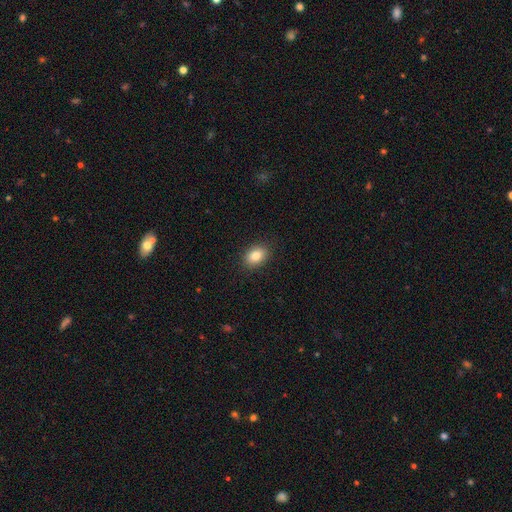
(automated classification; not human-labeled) A smooth galaxy with no disk features (83%) that is in between round and cigar-shaped (76%).

Vote fractions:
- Smooth or featured? smooth: 83% / star or artifact: 9% / featured or disk: 8%
- How rounded? in between: 76% / round: 23% / cigar-shaped: 1%
- Merging? none: 89% / minor disturbance: 8% / major disturbance: 2% / merger: 1%